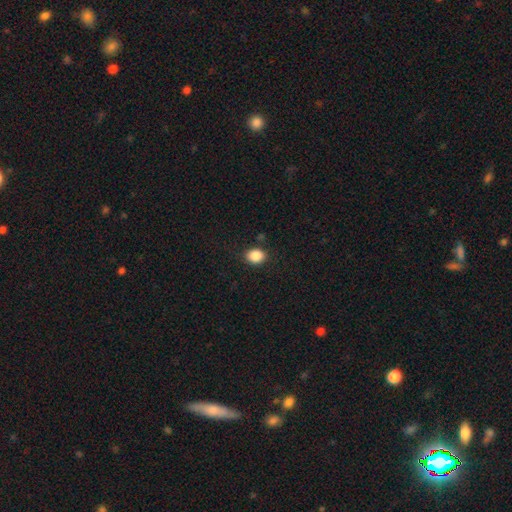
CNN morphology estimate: Smooth or featured: smooth — 87% (star or artifact — 9%)
How rounded: round — 51% (in between — 48%)
Merging: none — 85% (minor disturbance — 10%)